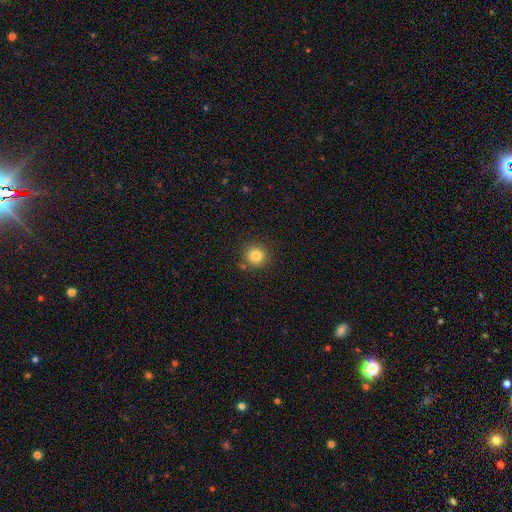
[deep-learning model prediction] Smooth or featured?
  - smooth: 82% *
  - star or artifact: 12%
  - featured or disk: 6%
How rounded?
  - round: 93% *
  - in between: 6%
  - cigar-shaped: 1%
Merging?
  - none: 85% *
  - minor disturbance: 8%
  - merger: 4%
  - major disturbance: 2%